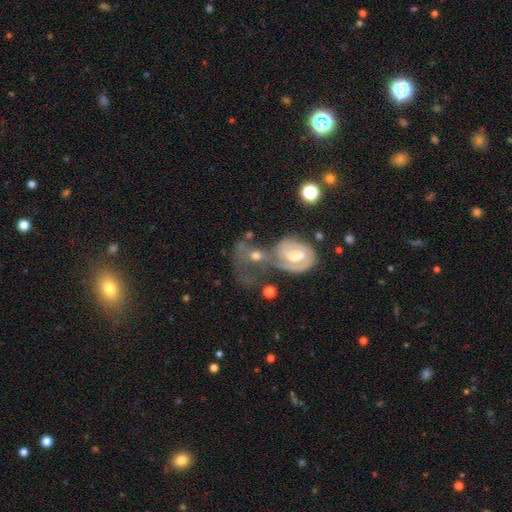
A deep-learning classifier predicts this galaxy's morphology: featured or disk 61%, smooth 30%, star or artifact 9%. Down the decision tree: edge-on disk — no (95%); bar — no (58%); spiral arms — yes (65%); bulge size — moderate (61%); merging — merger (54%).